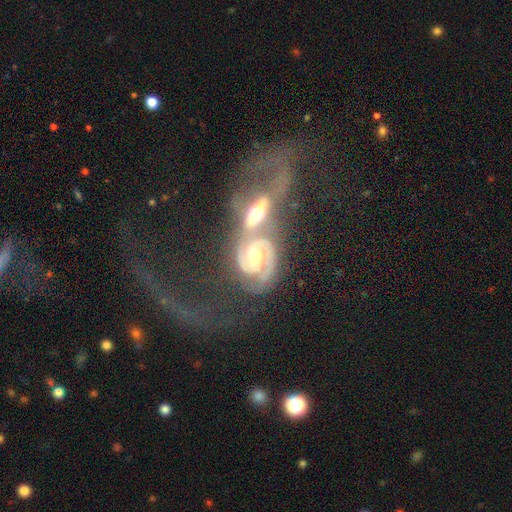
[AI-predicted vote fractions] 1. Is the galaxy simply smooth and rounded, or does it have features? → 90% featured or disk, 5% smooth, 4% star or artifact.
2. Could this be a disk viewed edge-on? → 96% no, 4% yes.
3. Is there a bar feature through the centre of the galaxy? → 47% no, 34% weak, 20% strong.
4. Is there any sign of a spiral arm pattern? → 97% yes, 3% no.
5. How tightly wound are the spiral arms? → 48% tight, 44% medium, 8% loose.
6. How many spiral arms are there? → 90% 2, 3% can't tell, 2% 3, 2% 1, 1% 4, 1% more than 4.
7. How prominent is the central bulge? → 72% moderate, 16% large, 10% small, 1% dominant, 1% none.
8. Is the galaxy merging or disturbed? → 63% merger, 22% none, 8% minor disturbance, 6% major disturbance.